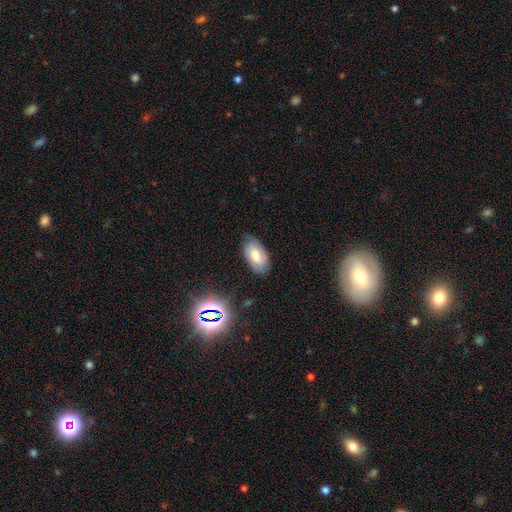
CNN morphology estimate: The model was most divided on "smooth or featured": smooth: 63%, featured or disk: 27%, star or artifact: 10%. More confident: how rounded — in between (94%); merging — none (75%).